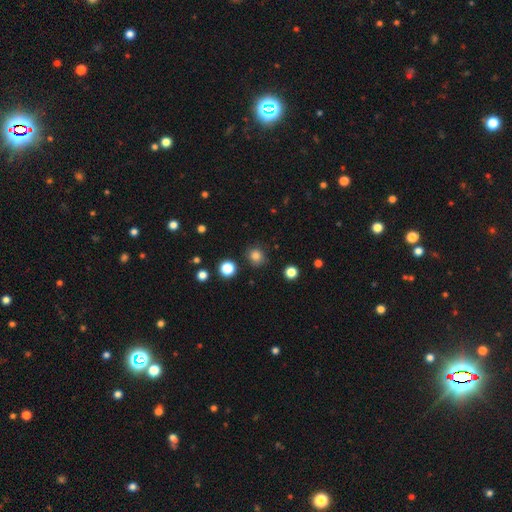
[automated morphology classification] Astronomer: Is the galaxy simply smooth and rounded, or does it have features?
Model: smooth — 82%.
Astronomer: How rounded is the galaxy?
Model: round — 87%.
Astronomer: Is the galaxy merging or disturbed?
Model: none — 87%.